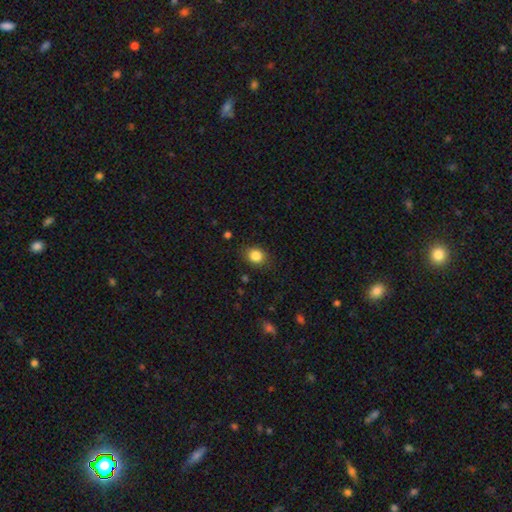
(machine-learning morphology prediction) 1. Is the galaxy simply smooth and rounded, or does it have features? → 85% smooth, 10% star or artifact, 5% featured or disk.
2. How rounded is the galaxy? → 60% round, 39% in between, 1% cigar-shaped.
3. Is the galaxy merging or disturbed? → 84% none, 12% minor disturbance, 3% major disturbance, 1% merger.